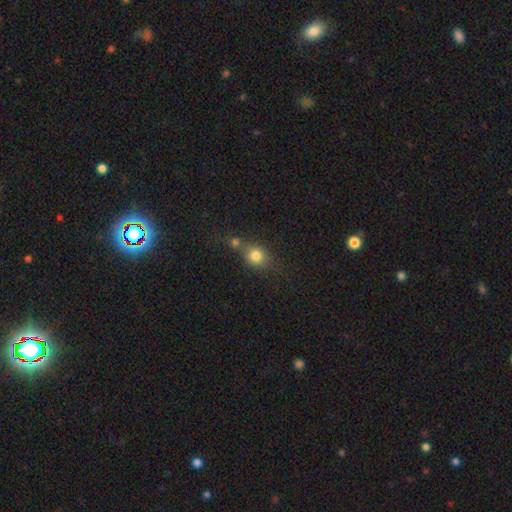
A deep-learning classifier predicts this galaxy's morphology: smooth-or-featured: smooth: 78% | star or artifact: 12% | featured or disk: 9%
  how-rounded: round: 72% | in between: 26% | cigar-shaped: 2%
  merging: none: 47% | merger: 36% | minor disturbance: 11% | major disturbance: 5%